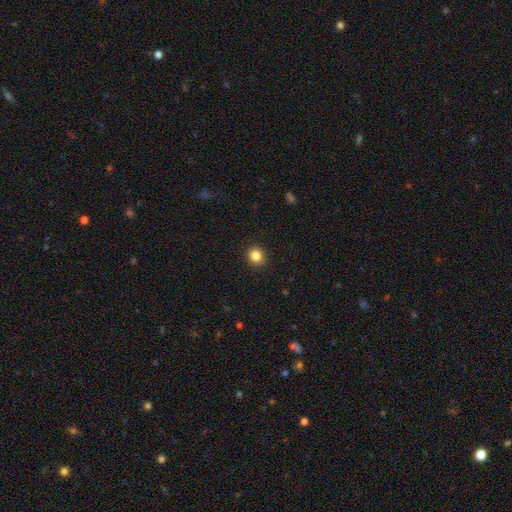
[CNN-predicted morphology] This appears to be a smooth galaxy with no disk features (84%) that is round (90%). Merging: none (92%).